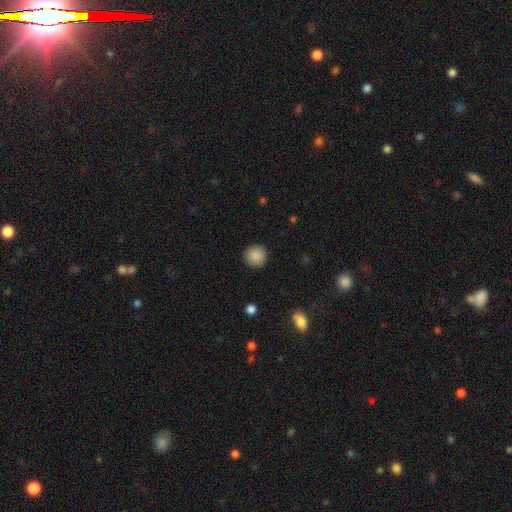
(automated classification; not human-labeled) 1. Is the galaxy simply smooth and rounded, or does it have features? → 89% smooth, 8% star or artifact, 3% featured or disk.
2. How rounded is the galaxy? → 95% round, 4% in between, 1% cigar-shaped.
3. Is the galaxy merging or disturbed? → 92% none, 6% minor disturbance, 2% major disturbance, 1% merger.